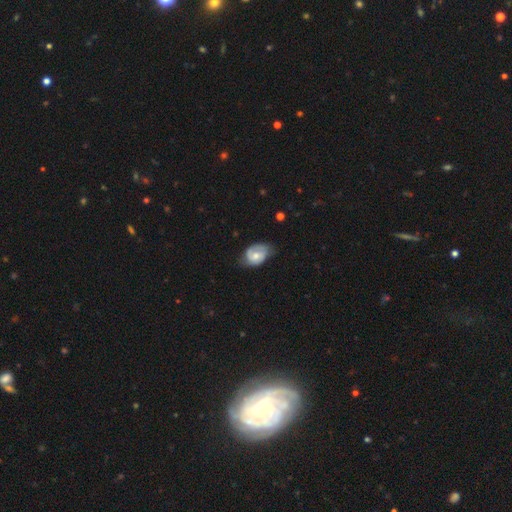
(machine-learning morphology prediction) Q: Smooth or featured?
A: featured or disk (48%); runner-up: smooth (46%)
Q: Merging?
A: none (49%); runner-up: minor disturbance (37%)